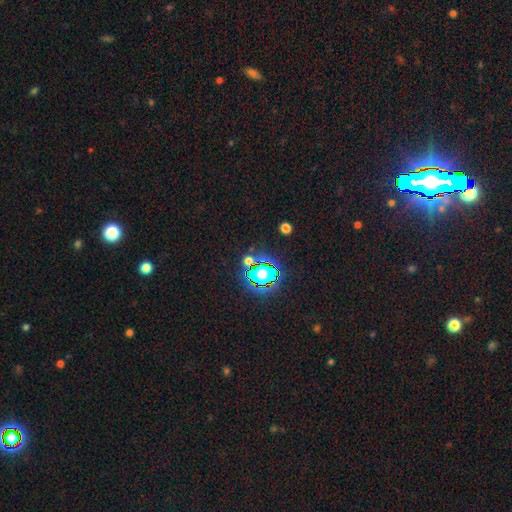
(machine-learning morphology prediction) The model was most divided on "smooth or featured": star or artifact: 84%, smooth: 10%, featured or disk: 7%.